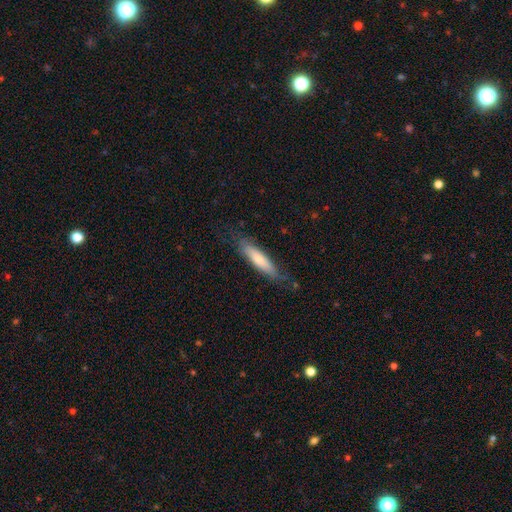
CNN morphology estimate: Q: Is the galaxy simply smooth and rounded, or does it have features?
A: smooth — 54%.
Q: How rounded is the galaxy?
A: cigar-shaped — 84%.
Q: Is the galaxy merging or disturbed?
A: none — 77%.